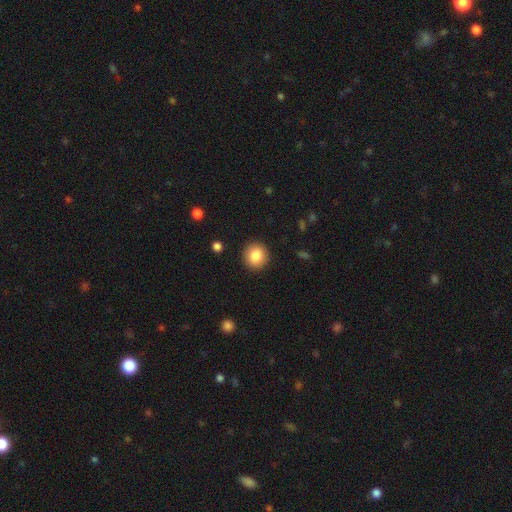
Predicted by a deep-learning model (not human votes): Q: Smooth or featured?
A: smooth (85%); runner-up: star or artifact (9%)
Q: How rounded?
A: round (92%); runner-up: in between (7%)
Q: Merging?
A: none (92%); runner-up: minor disturbance (5%)